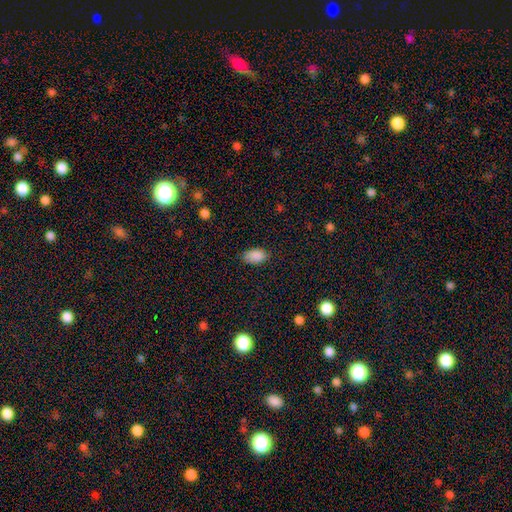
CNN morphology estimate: The model was most divided on "merging": none: 79%, minor disturbance: 17%, major disturbance: 3%, merger: 1%. More confident: how rounded — in between (92%); smooth or featured — smooth (88%).